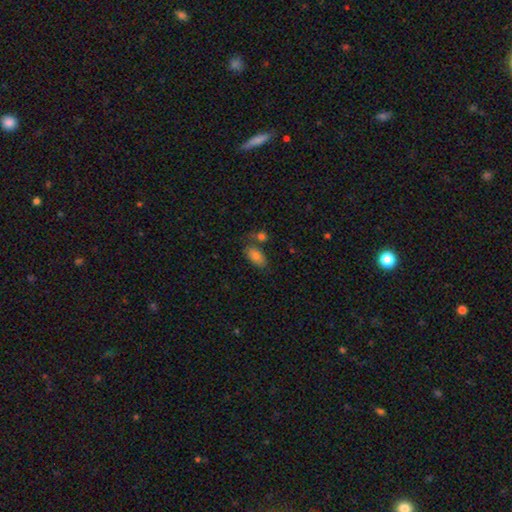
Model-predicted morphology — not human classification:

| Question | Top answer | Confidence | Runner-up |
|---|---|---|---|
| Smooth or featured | smooth | 79% | featured or disk (11%) |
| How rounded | in between | 92% | round (4%) |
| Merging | none | 61% | minor disturbance (17%) |